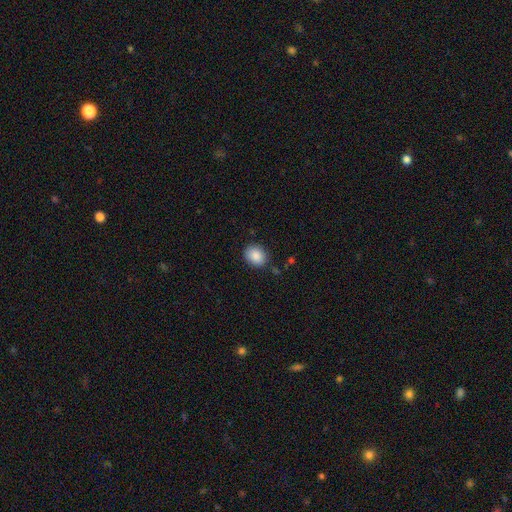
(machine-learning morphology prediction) Smooth or featured? smooth (87%)
How rounded? round (52%)
Merging? none (85%)